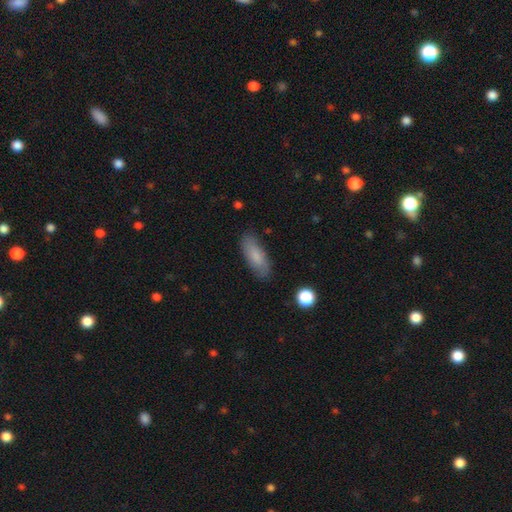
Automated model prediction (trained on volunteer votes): smooth-or-featured: smooth: 79% | featured or disk: 15% | star or artifact: 7%
  how-rounded: in between: 72% | cigar-shaped: 26% | round: 2%
  merging: none: 83% | minor disturbance: 13% | major disturbance: 3% | merger: 1%